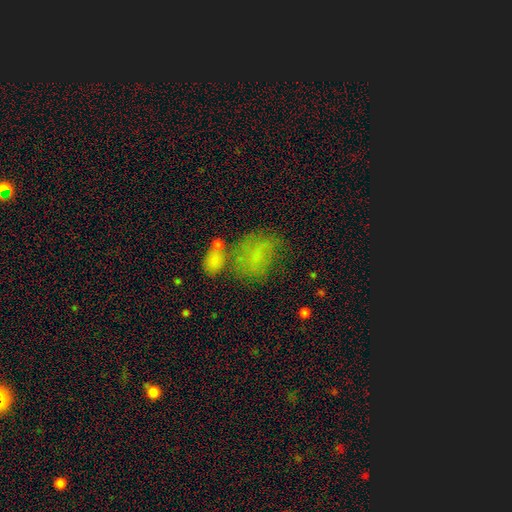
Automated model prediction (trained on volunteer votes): This appears to be a smooth galaxy with no disk features (55%) that is in between round and cigar-shaped (64%). Merging: none (37%).